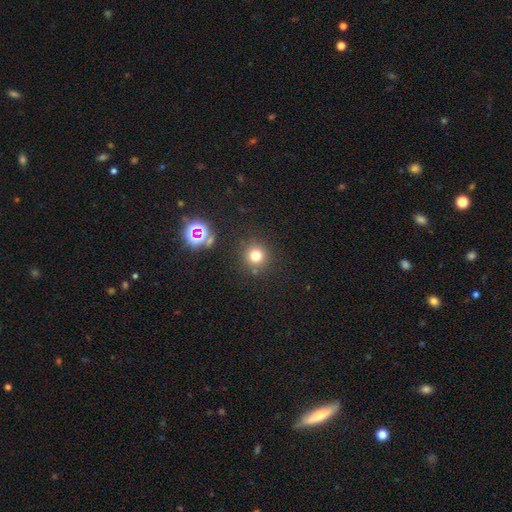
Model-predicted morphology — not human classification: A smooth galaxy with no disk features (73%) that is round (93%). Merging: none (85%).